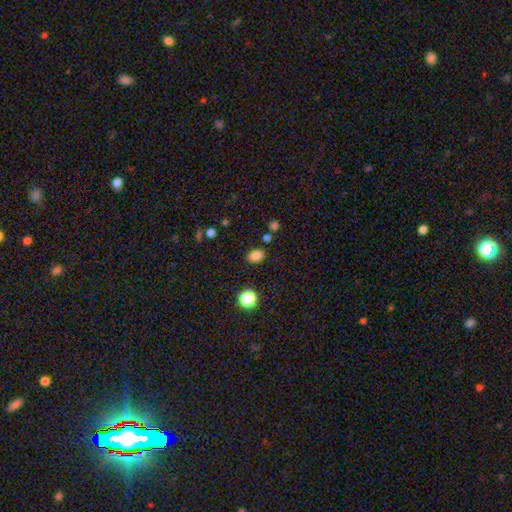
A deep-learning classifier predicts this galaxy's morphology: type=smooth (83%); roundness=in between (73%); merging=none (83%).